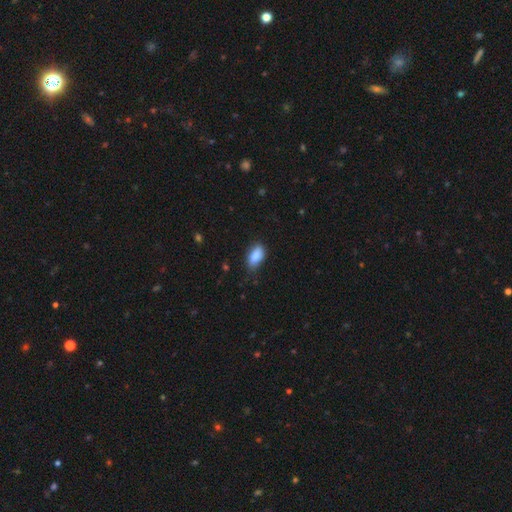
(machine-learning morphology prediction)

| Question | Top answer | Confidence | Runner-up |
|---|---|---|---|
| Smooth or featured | smooth | 87% | star or artifact (7%) |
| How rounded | in between | 91% | round (5%) |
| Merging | none | 70% | minor disturbance (24%) |